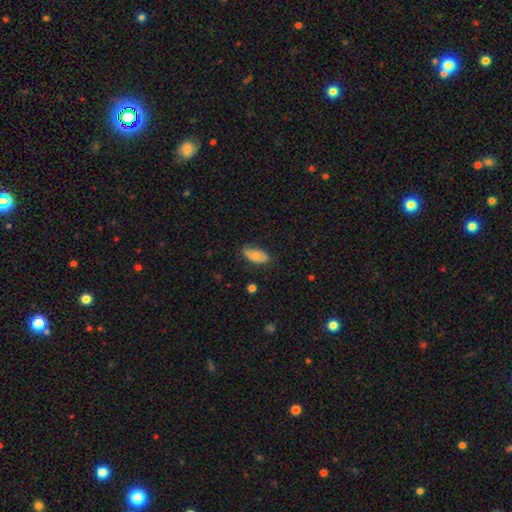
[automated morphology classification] Smooth or featured? smooth (70%)
How rounded? in between (92%)
Merging? none (66%)